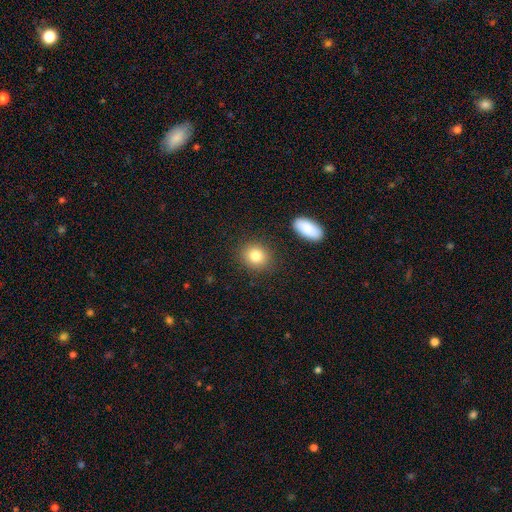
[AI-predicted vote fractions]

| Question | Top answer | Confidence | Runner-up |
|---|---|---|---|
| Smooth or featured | smooth | 83% | star or artifact (10%) |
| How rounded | round | 72% | in between (27%) |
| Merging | none | 87% | minor disturbance (8%) |